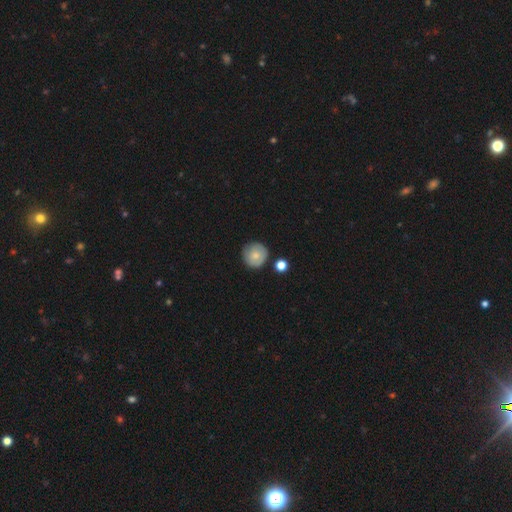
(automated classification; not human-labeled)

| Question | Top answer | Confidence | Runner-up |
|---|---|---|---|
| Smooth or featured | smooth | 75% | featured or disk (17%) |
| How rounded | round | 94% | in between (5%) |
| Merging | none | 80% | minor disturbance (13%) |